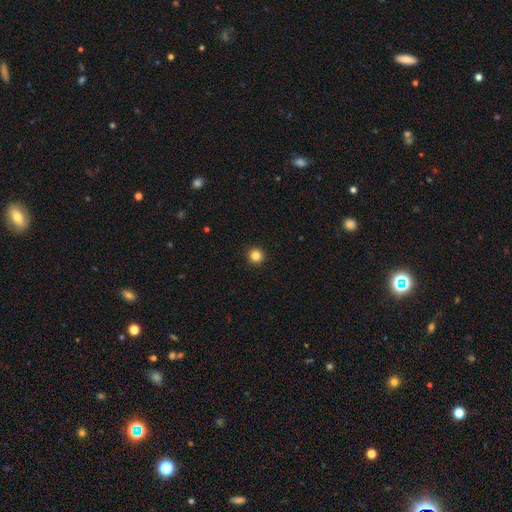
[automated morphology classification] type=smooth (85%); roundness=round (96%); merging=none (94%).